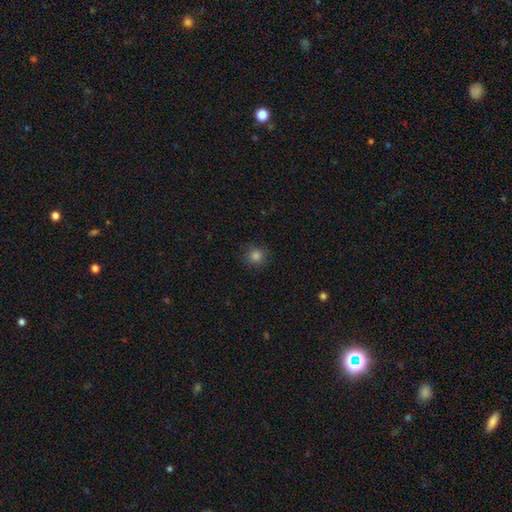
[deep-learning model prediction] smooth-or-featured: smooth: 81% | star or artifact: 14% | featured or disk: 5%
  how-rounded: round: 93% | in between: 6% | cigar-shaped: 1%
  merging: none: 88% | minor disturbance: 8% | major disturbance: 3% | merger: 1%